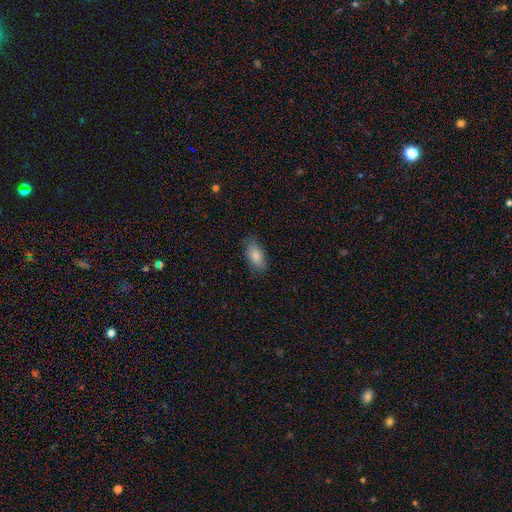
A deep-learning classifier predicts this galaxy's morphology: This is clearly a smooth galaxy (84%). How rounded: clearly in between (89%). Merging: clearly none (81%).